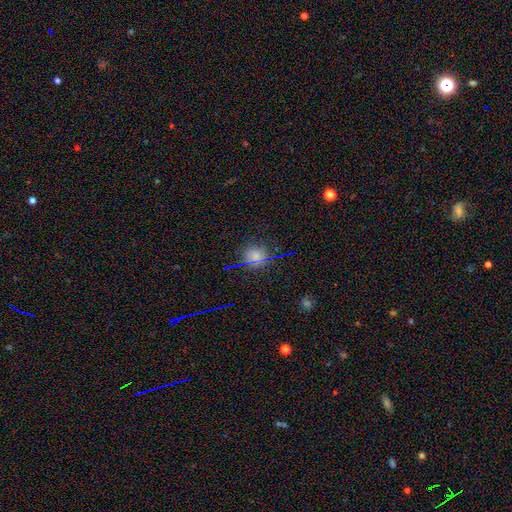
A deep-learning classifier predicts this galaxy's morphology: Q: Smooth or featured?
A: smooth (57%); runner-up: star or artifact (35%)
Q: How rounded?
A: round (84%); runner-up: in between (14%)
Q: Merging?
A: none (82%); runner-up: minor disturbance (11%)